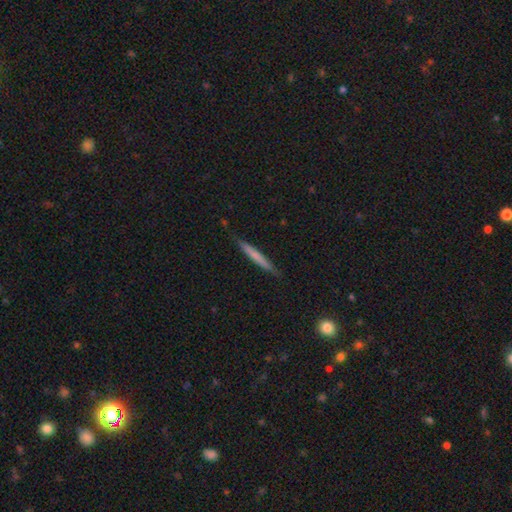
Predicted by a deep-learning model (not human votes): smooth_or_featured: smooth (p=0.61) [alt: featured or disk p=0.33]
how_rounded: cigar-shaped (p=0.96) [alt: in between p=0.02]
merging: none (p=0.87) [alt: minor disturbance p=0.10]